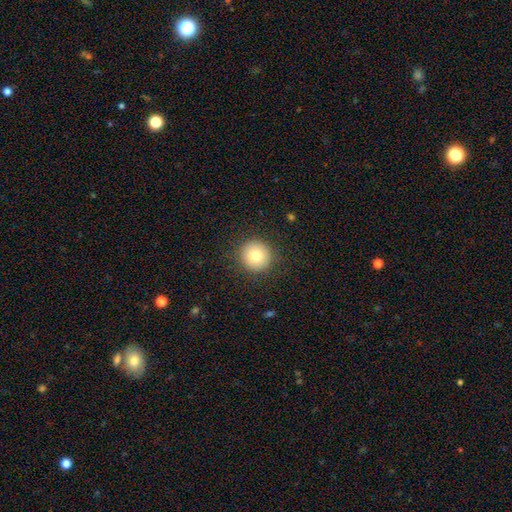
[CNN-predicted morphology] Smooth or featured? Predicted: smooth (p=0.79). How rounded? Predicted: round (p=0.95). Merging? Predicted: none (p=0.90).